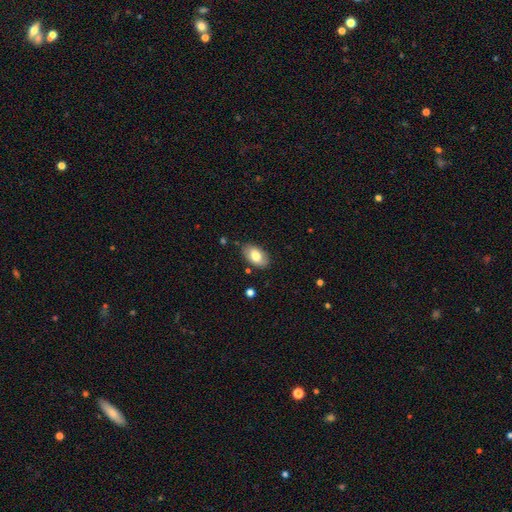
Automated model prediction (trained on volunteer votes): Smooth or featured? Predicted: smooth (p=0.78). How rounded? Predicted: in between (p=0.94). Merging? Predicted: none (p=0.83).